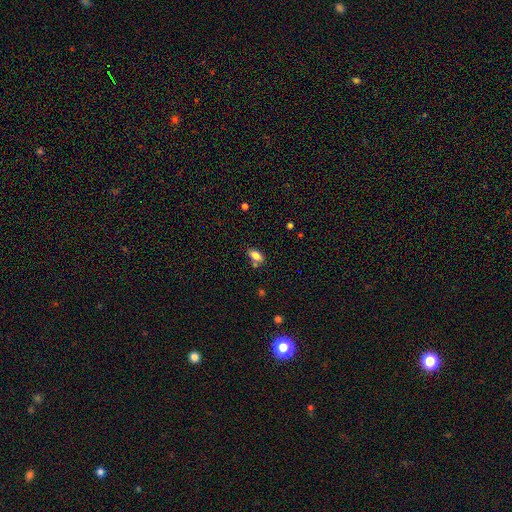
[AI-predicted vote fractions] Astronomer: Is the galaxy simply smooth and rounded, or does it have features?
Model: smooth — 81%.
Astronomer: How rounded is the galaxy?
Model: in between — 90%.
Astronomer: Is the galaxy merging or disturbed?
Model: none — 70%.